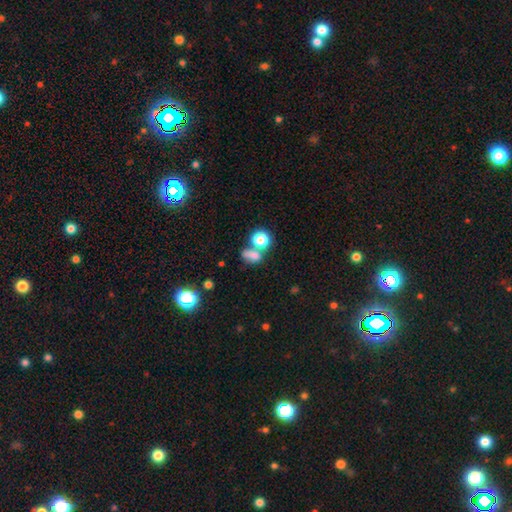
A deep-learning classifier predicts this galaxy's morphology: Smooth or featured? Predicted: smooth (p=0.70). How rounded? Predicted: in between (p=0.51). Merging? Predicted: merger (p=0.40).